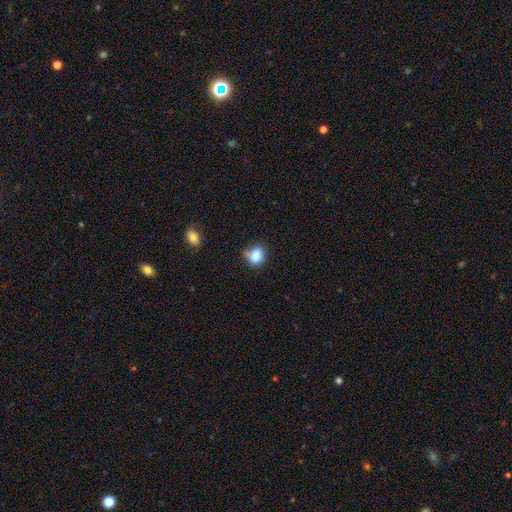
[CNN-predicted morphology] type=smooth (83%); roundness=round (56%); merging=none (56%).